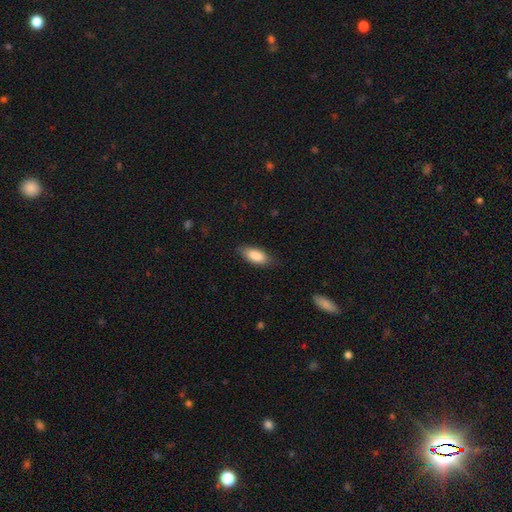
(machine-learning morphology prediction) Overall: smooth (87%). How rounded: in between (83%). Merging: none (80%).